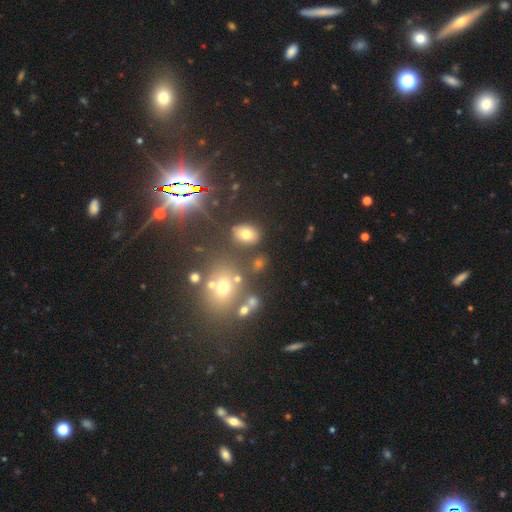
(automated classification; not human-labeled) A star or artifact, not a galaxy (62%).